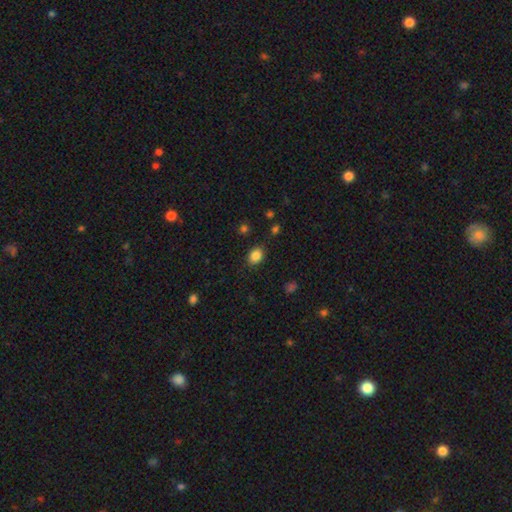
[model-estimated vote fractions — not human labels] This is clearly a smooth galaxy (85%). How rounded: likely in between (66%). Merging: clearly none (83%).